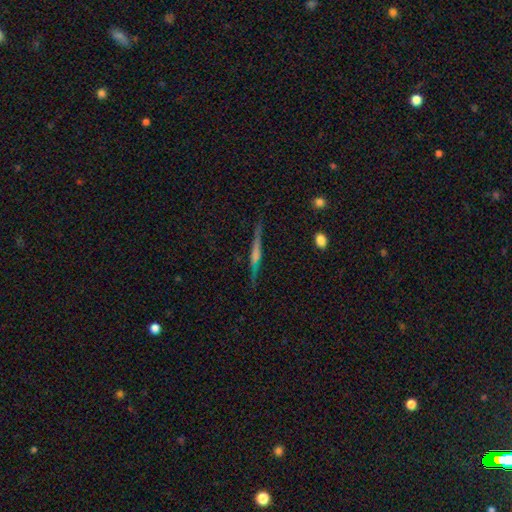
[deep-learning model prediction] Smooth or featured? Predicted: featured or disk (p=0.71). Edge-on disk? Predicted: yes (p=0.98). Edge-on bulge? Predicted: rounded (p=0.49). Merging? Predicted: none (p=0.88).